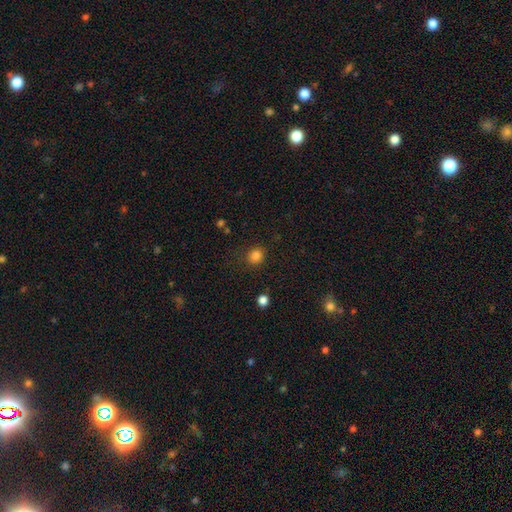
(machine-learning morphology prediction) Q: Smooth or featured?
A: smooth (83%); runner-up: star or artifact (12%)
Q: How rounded?
A: round (82%); runner-up: in between (17%)
Q: Merging?
A: none (83%); runner-up: minor disturbance (11%)